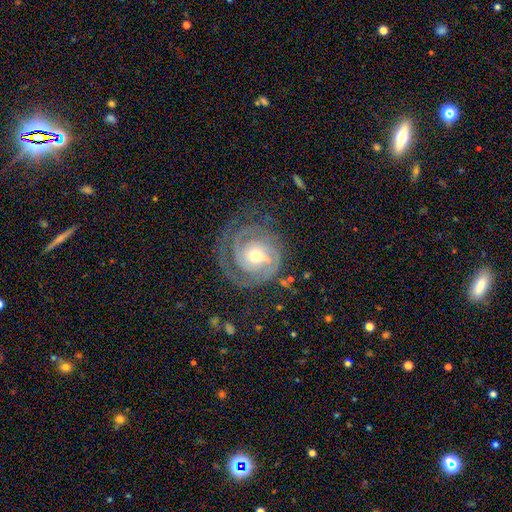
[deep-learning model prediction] featured or disk 87%, smooth 8%, star or artifact 5%. Down the decision tree: edge-on disk — no (97%); bar — no (46%); spiral arms — yes (96%); spiral arm count — 2 (46%); spiral winding — tight (68%); bulge size — moderate (66%); merging — none (68%).